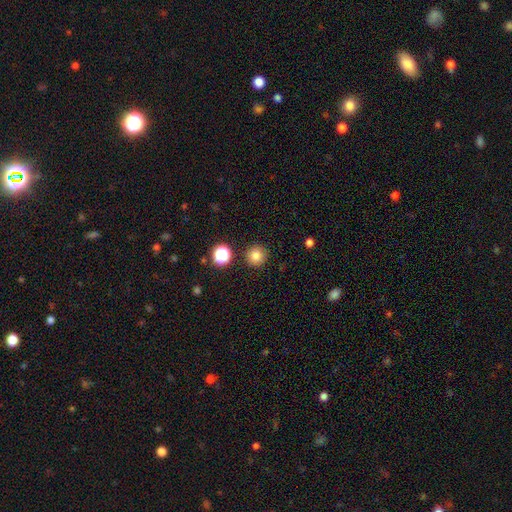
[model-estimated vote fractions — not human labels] smooth 80%, star or artifact 14%, featured or disk 6%. Down the decision tree: how rounded — round (95%); merging — none (89%).